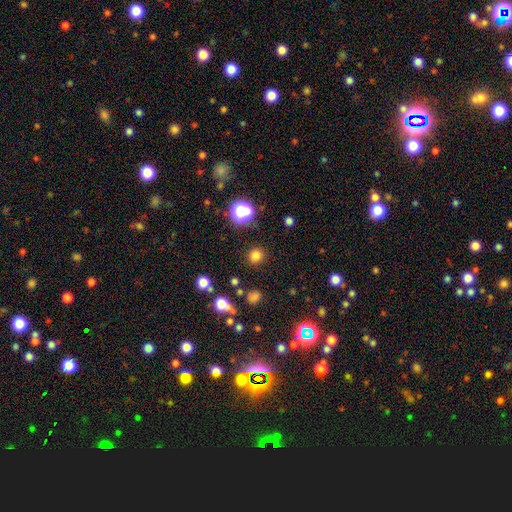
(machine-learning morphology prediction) This appears to be a smooth galaxy with no disk features (79%) that is round (91%). Merging: none (90%).